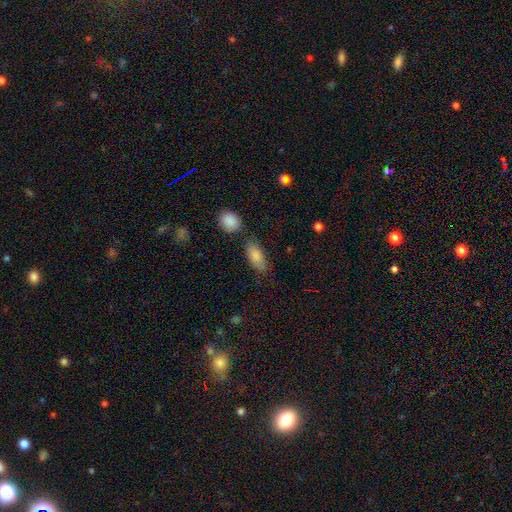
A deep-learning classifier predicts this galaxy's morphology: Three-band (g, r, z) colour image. It shows a smooth galaxy with no disk features (85%) that is in between round and cigar-shaped (87%). Merging: none (67%).